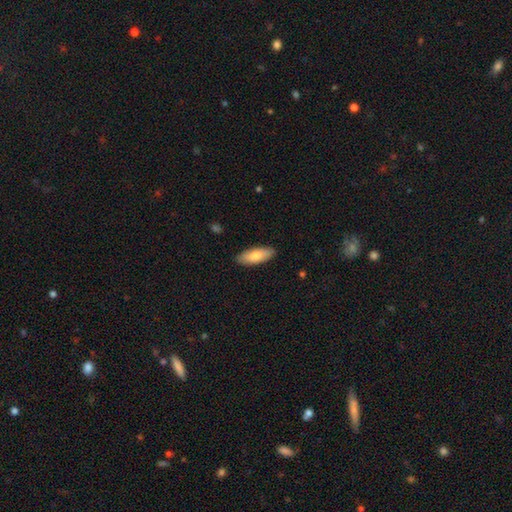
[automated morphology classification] This appears to be a smooth galaxy with no disk features (81%) that is in between round and cigar-shaped (73%). Merging: none (88%).